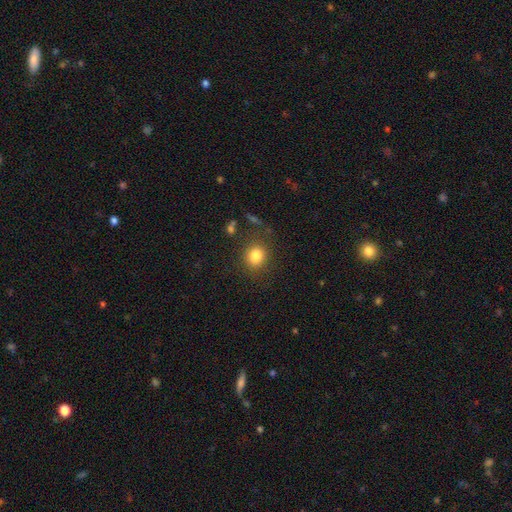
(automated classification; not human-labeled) smooth 82%, star or artifact 11%, featured or disk 7%. Down the decision tree: how rounded — round (74%); merging — none (83%).